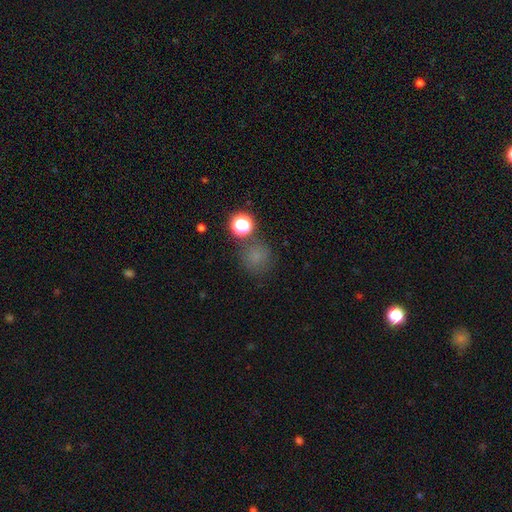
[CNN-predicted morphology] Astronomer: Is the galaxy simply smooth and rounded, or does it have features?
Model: smooth — 68%.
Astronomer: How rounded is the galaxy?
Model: round — 89%.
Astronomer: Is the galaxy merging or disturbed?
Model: none — 74%.